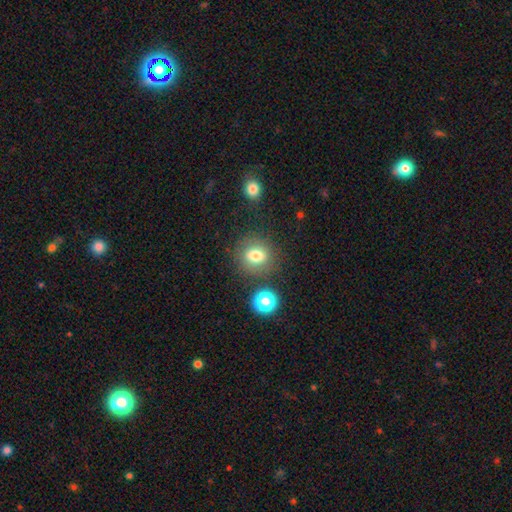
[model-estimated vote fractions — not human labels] Smooth or featured?
  - smooth: 76% *
  - star or artifact: 13%
  - featured or disk: 11%
How rounded?
  - round: 73% *
  - in between: 26%
  - cigar-shaped: 1%
Merging?
  - none: 78% *
  - minor disturbance: 11%
  - merger: 6%
  - major disturbance: 5%